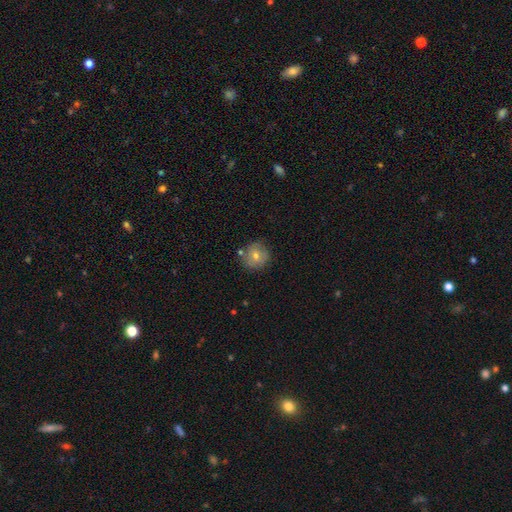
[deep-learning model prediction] A smooth galaxy with no disk features (62%) that is round (90%). Merging: none (78%).